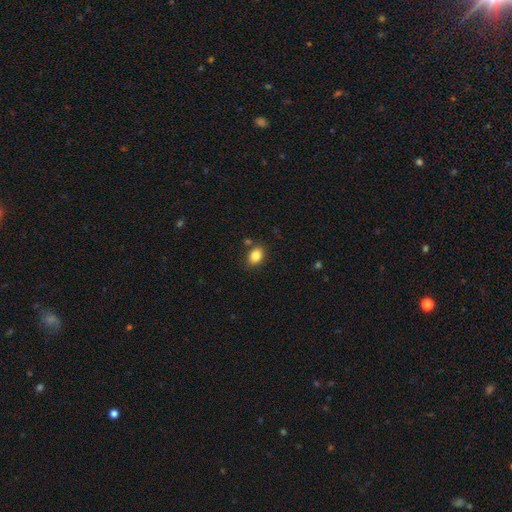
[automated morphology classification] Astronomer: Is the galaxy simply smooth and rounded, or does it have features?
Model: smooth — 85%.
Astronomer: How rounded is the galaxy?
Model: in between — 70%.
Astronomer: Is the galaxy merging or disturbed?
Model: none — 82%.